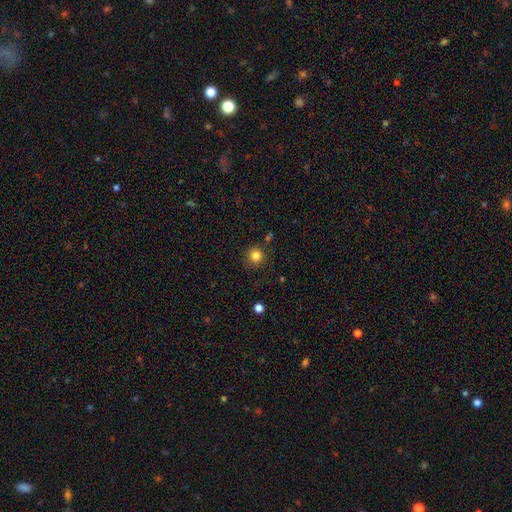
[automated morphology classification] A smooth galaxy with no disk features (83%) that is round (93%).

Vote fractions:
- Smooth or featured? smooth: 83% / star or artifact: 12% / featured or disk: 5%
- How rounded? round: 93% / in between: 6% / cigar-shaped: 1%
- Merging? none: 84% / minor disturbance: 10% / merger: 3% / major disturbance: 3%